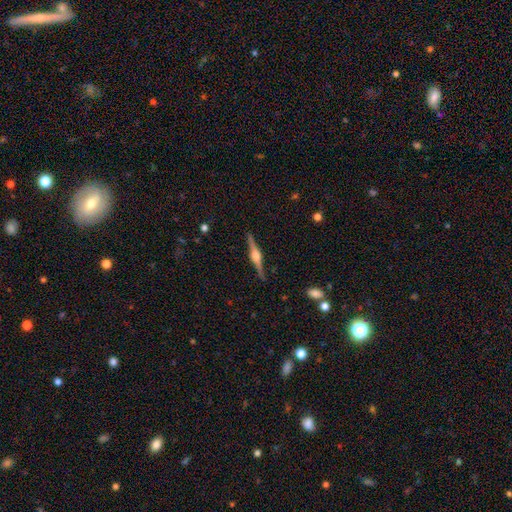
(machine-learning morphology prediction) This is clearly a featured or disk galaxy (85%). It is clearly viewed edge-on (98%). Edge-on bulge: clearly rounded (89%). Merging: clearly none (90%).